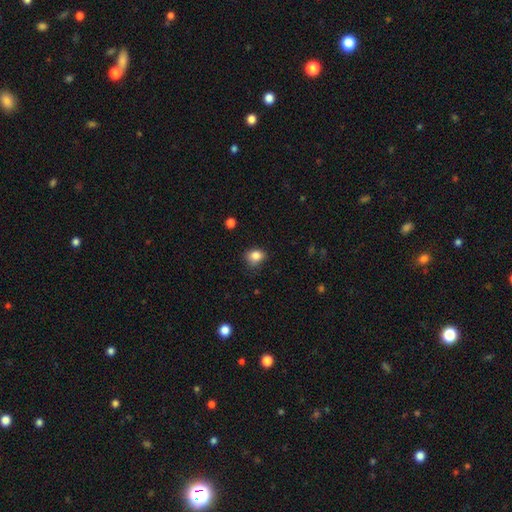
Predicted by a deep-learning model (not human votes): This appears to be a smooth galaxy with no disk features (83%) that is round (62%). Merging: none (71%).